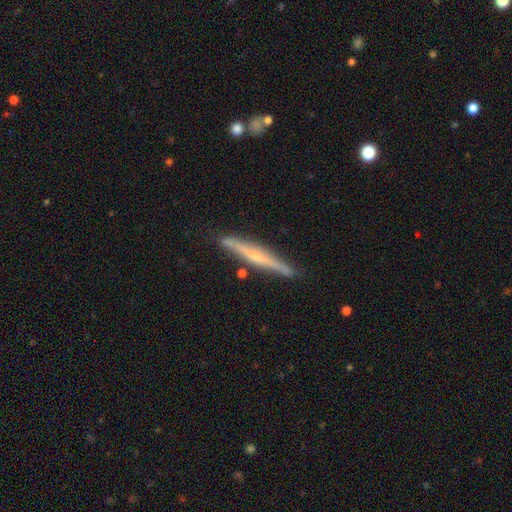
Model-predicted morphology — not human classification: smooth-or-featured: featured or disk: 66% | smooth: 28% | star or artifact: 6%
  disk-edge-on: yes: 96% | no: 4%
    edge-on-bulge: rounded: 61% | none: 32% | boxy: 7%
  merging: none: 85% | minor disturbance: 11% | merger: 2% | major disturbance: 2%